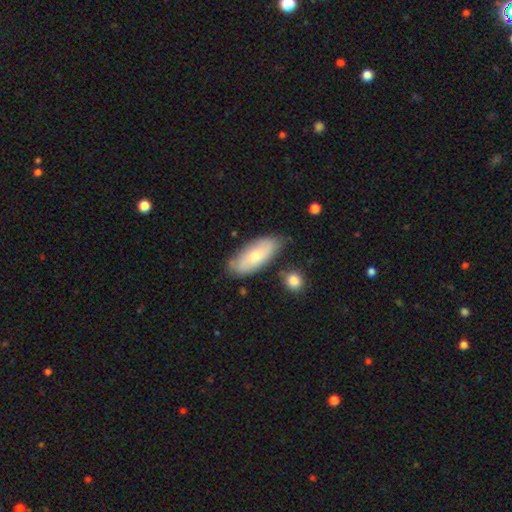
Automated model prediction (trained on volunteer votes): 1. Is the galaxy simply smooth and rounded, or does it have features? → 63% smooth, 31% featured or disk, 6% star or artifact.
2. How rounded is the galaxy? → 81% in between, 16% cigar-shaped, 2% round.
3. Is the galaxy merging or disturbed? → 72% none, 19% minor disturbance, 5% merger, 4% major disturbance.